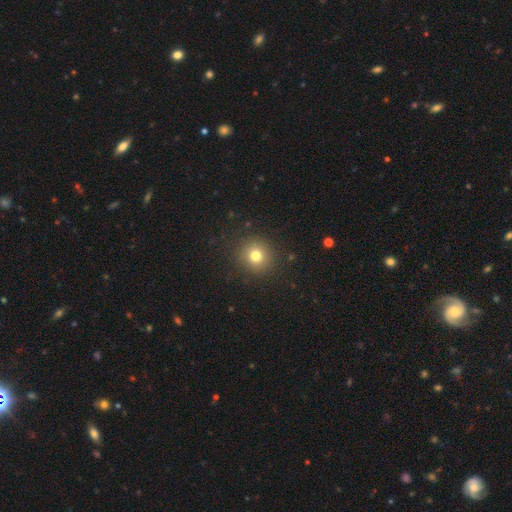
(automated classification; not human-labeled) smooth 77%, star or artifact 14%, featured or disk 9%. Down the decision tree: how rounded — round (91%); merging — none (89%).